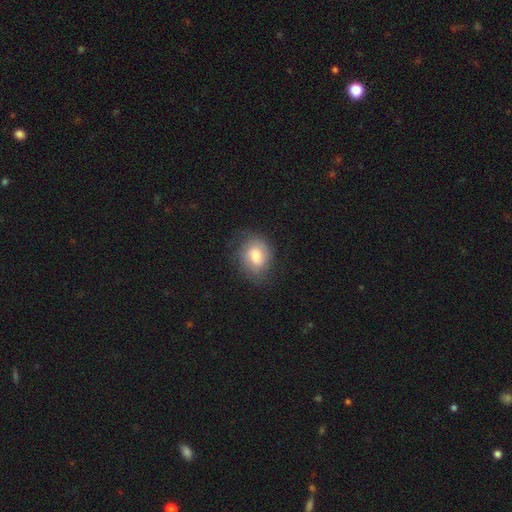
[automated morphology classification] Smooth or featured?
  - smooth: 62% *
  - featured or disk: 29%
  - star or artifact: 8%
How rounded?
  - in between: 56% *
  - round: 43%
  - cigar-shaped: 1%
Merging?
  - none: 71% *
  - minor disturbance: 20%
  - major disturbance: 8%
  - merger: 1%